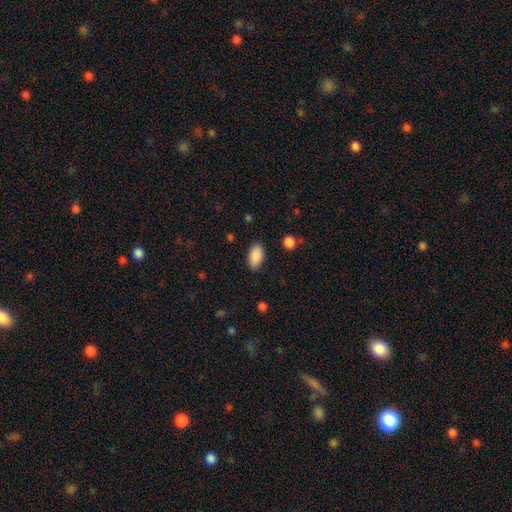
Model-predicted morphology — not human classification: A smooth galaxy with no disk features (90%) that is in between round and cigar-shaped (93%). Merging: none (87%).